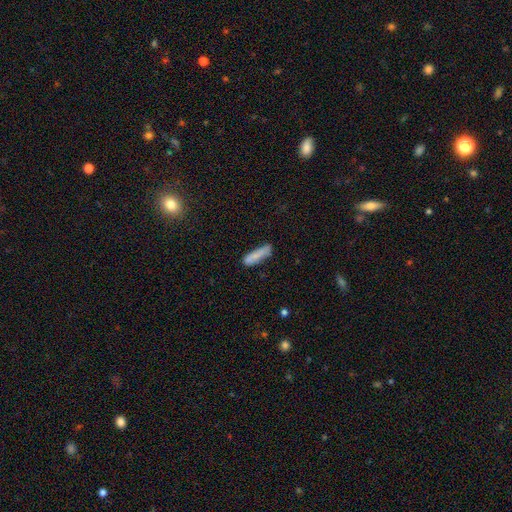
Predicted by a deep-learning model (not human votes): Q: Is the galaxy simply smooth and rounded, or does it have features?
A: smooth — 81%.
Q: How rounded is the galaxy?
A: cigar-shaped — 72%.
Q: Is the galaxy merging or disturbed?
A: none — 71%.